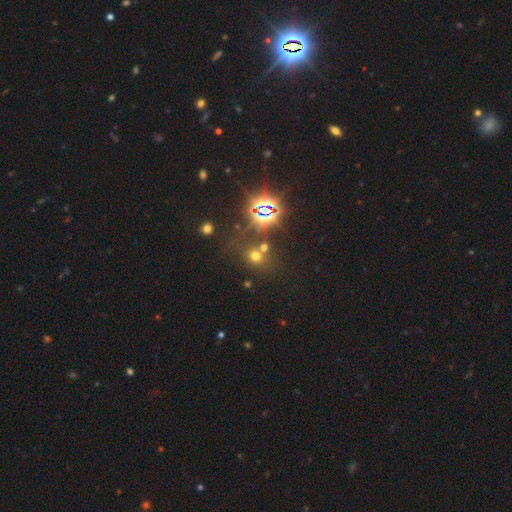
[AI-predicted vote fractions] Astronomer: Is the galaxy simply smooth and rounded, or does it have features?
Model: smooth — 52% (runner-up: star or artifact, 39%).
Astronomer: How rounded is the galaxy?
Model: round — 77%.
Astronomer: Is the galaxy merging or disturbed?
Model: none — 60%.